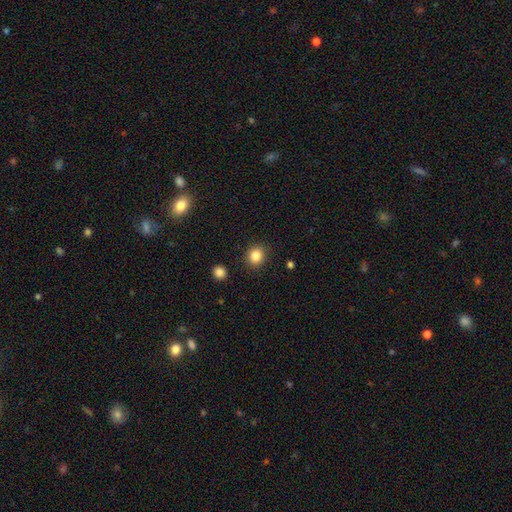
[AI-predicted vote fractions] Q: Smooth or featured?
A: smooth (84%); runner-up: star or artifact (11%)
Q: How rounded?
A: round (77%); runner-up: in between (22%)
Q: Merging?
A: none (89%); runner-up: minor disturbance (7%)